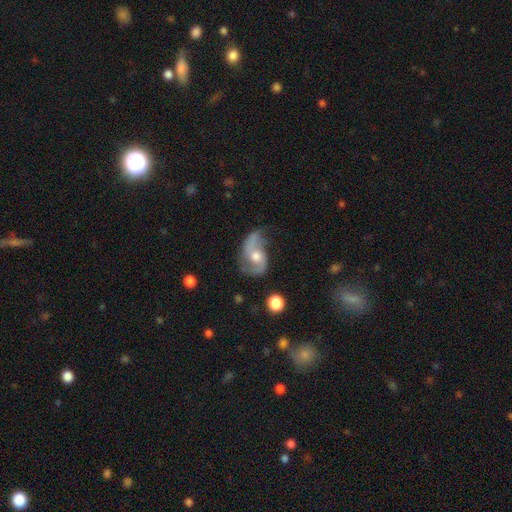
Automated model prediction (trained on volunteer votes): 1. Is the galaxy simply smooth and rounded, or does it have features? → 81% featured or disk, 12% smooth, 7% star or artifact.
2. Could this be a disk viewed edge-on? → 97% no, 3% yes.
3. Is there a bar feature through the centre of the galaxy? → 59% no, 33% weak, 8% strong.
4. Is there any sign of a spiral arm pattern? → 93% yes, 7% no.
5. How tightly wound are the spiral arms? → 56% loose, 35% medium, 9% tight.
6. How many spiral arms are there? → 89% 2, 4% can't tell, 3% 1, 1% 3, 1% 4, 1% more than 4.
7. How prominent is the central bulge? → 68% moderate, 19% small, 9% large, 2% none, 1% dominant.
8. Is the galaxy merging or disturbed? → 57% none, 24% minor disturbance, 15% major disturbance, 3% merger.